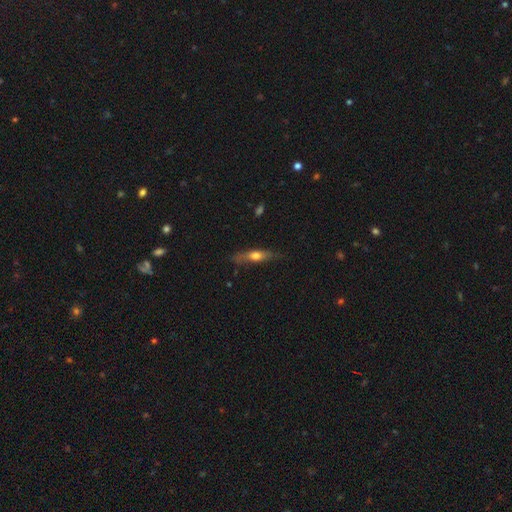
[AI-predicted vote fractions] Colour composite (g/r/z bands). It shows a smooth galaxy with no disk features (54%) that is cigar-shaped (71%). Merging: none (73%).